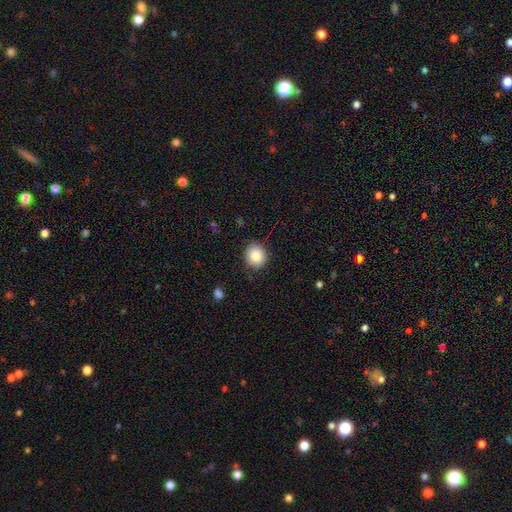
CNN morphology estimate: smooth 85%, star or artifact 9%, featured or disk 6%. Down the decision tree: how rounded — round (80%); merging — none (87%).